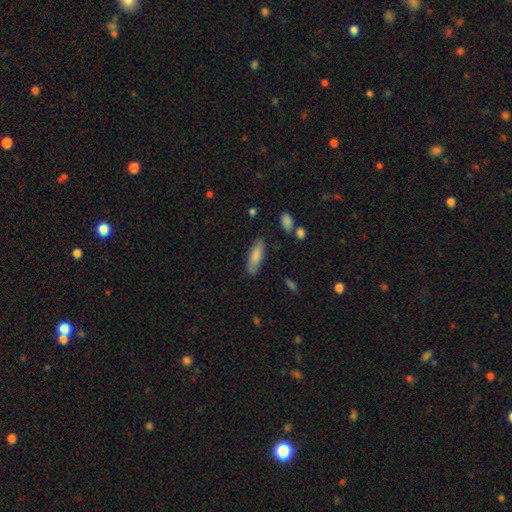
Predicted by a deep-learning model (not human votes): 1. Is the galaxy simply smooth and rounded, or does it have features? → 80% smooth, 13% featured or disk, 6% star or artifact.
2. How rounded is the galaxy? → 60% in between, 39% cigar-shaped, 2% round.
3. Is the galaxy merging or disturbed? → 79% none, 15% minor disturbance, 3% major disturbance, 2% merger.